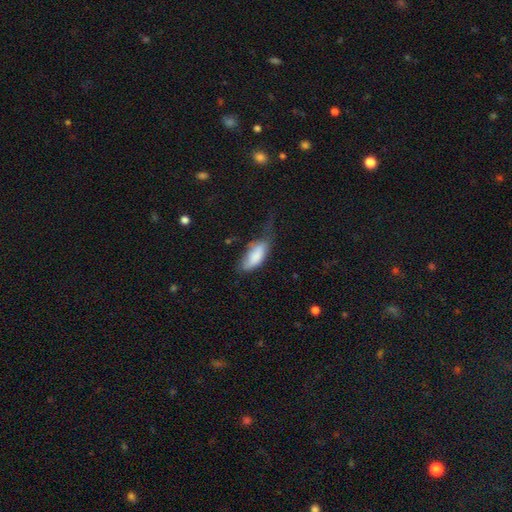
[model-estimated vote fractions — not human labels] smooth-or-featured: smooth: 79% | featured or disk: 14% | star or artifact: 7%
  how-rounded: in between: 82% | cigar-shaped: 15% | round: 2%
  merging: minor disturbance: 37% | major disturbance: 33% | none: 26% | merger: 4%